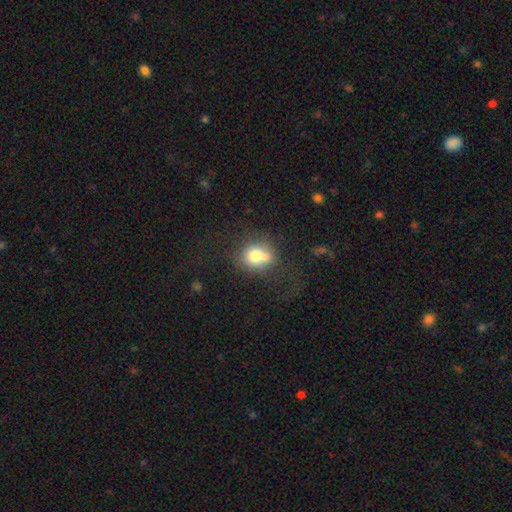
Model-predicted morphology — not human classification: This is likely a smooth galaxy (71%). How rounded: likely round (68%). Merging: marginally none (43%).